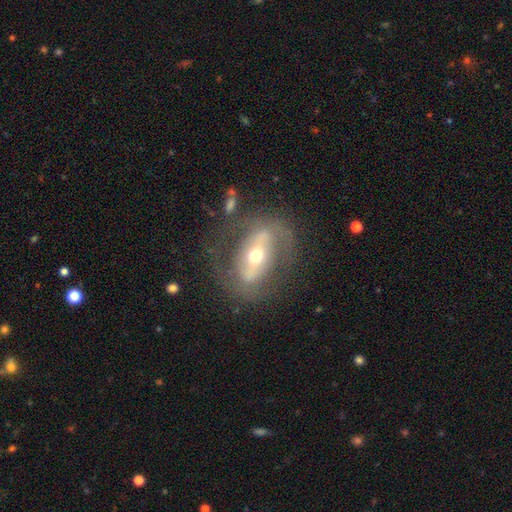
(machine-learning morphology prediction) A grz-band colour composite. It shows a featured or disk galaxy (74%) with a strong bar (49%), spiral arms (53%) and a moderate central bulge (63%). Merging: none (67%).